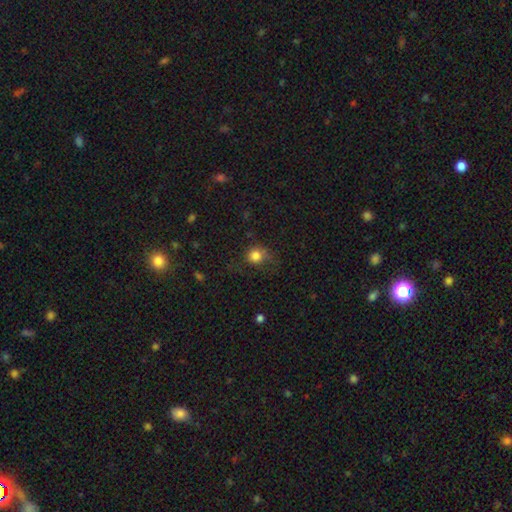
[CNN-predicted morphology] Smooth or featured?
  - smooth: 81% *
  - star or artifact: 12%
  - featured or disk: 7%
How rounded?
  - round: 83% *
  - in between: 16%
  - cigar-shaped: 1%
Merging?
  - none: 62% *
  - minor disturbance: 23%
  - major disturbance: 13%
  - merger: 2%